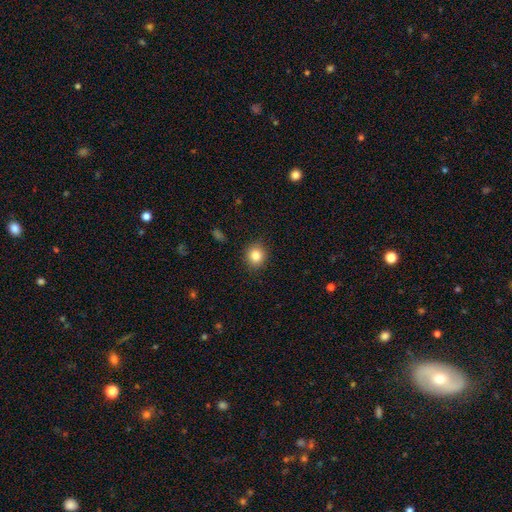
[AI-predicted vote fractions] This appears to be a smooth galaxy with no disk features (84%) that is round (84%). Merging: none (90%).